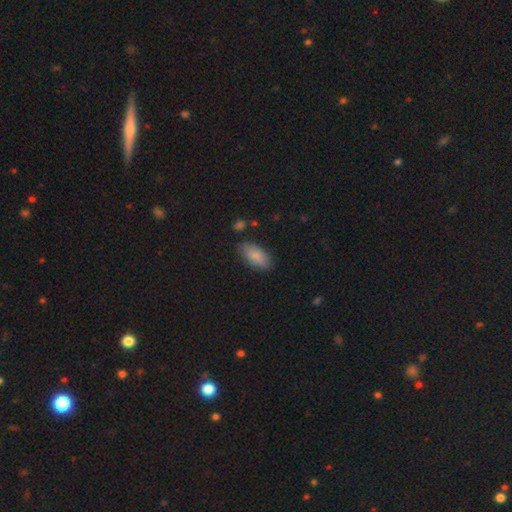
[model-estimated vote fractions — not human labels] Smooth or featured? Predicted: smooth (p=0.85). How rounded? Predicted: in between (p=0.92). Merging? Predicted: none (p=0.81).